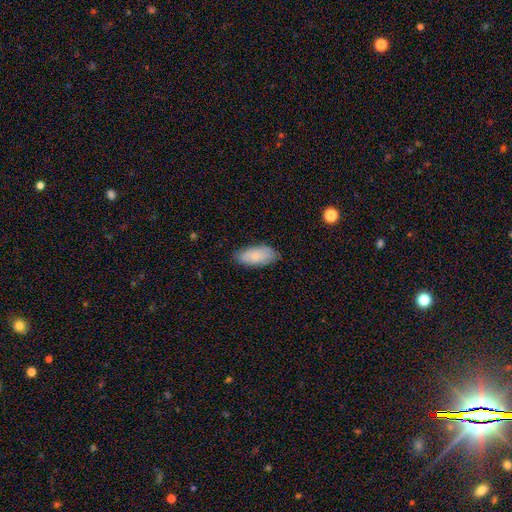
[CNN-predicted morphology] This is likely a smooth galaxy (77%). How rounded: clearly in between (90%). Merging: likely none (79%).